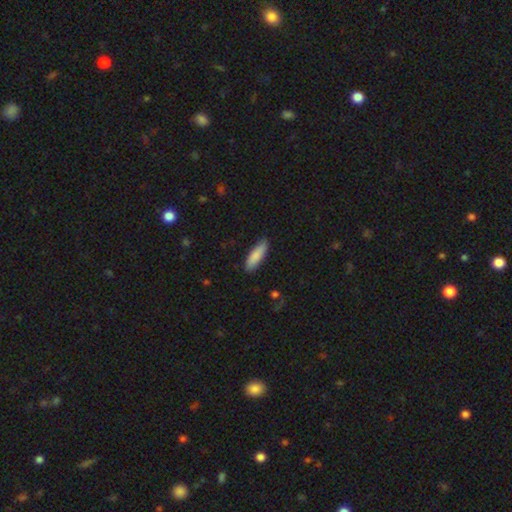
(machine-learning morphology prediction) Smooth or featured?
  - smooth: 86% *
  - featured or disk: 9%
  - star or artifact: 6%
How rounded?
  - cigar-shaped: 53% *
  - in between: 46%
  - round: 1%
Merging?
  - none: 85% *
  - minor disturbance: 12%
  - major disturbance: 2%
  - merger: 1%